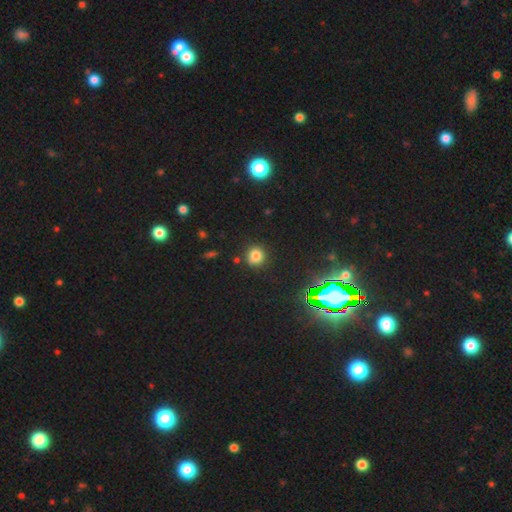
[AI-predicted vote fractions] smooth_or_featured: smooth (p=0.75) [alt: star or artifact p=0.19]
how_rounded: round (p=0.89) [alt: in between p=0.10]
merging: none (p=0.85) [alt: minor disturbance p=0.09]